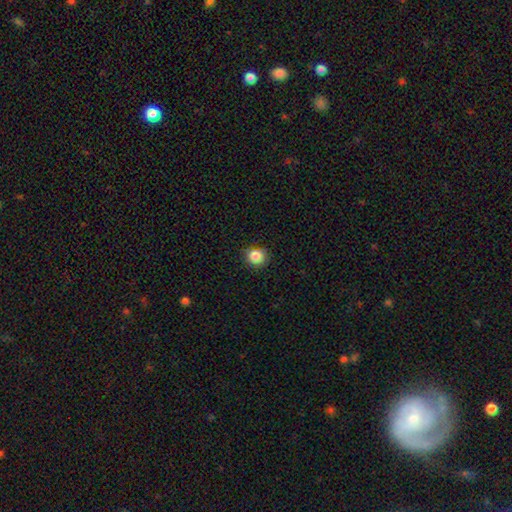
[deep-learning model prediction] The model was most divided on "how rounded": round: 85%, in between: 14%, cigar-shaped: 1%. More confident: smooth or featured — smooth (86%); merging — none (84%).